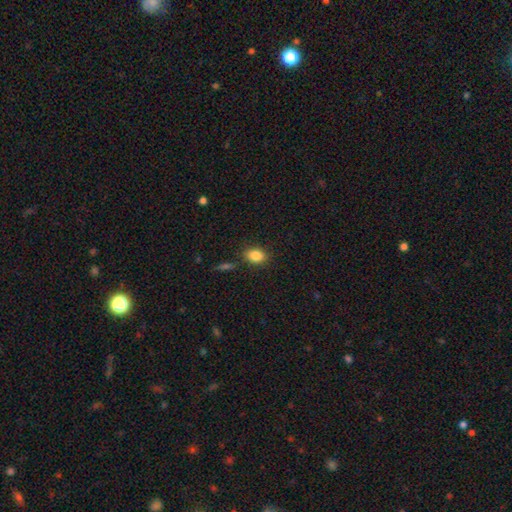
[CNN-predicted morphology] smooth 85%, star or artifact 9%, featured or disk 5%. Down the decision tree: how rounded — in between (68%); merging — none (82%).